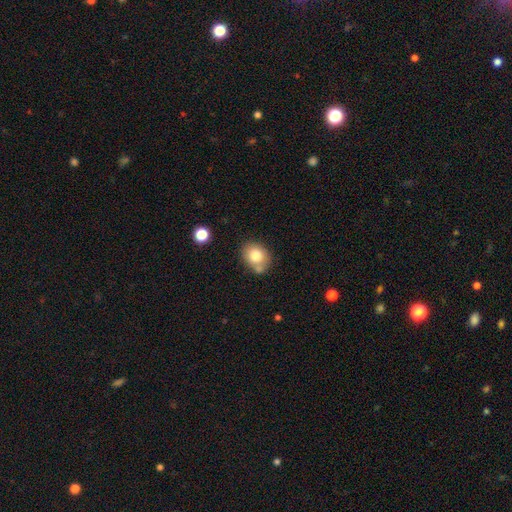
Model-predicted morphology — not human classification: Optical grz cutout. It shows a smooth galaxy with no disk features (78%) that is round (54%). Merging: none (64%).